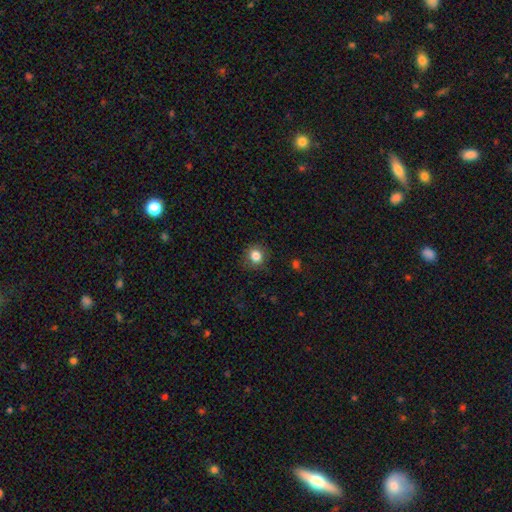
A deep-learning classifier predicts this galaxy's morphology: Overall: smooth (83%). How rounded: round (82%). Merging: none (85%).